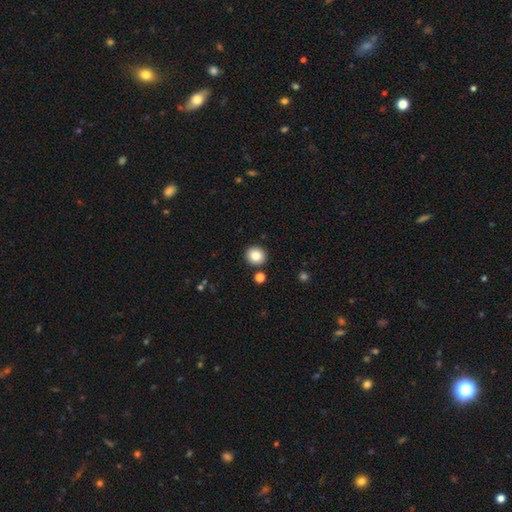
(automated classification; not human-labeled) Smooth or featured? Predicted: smooth (p=0.85). How rounded? Predicted: round (p=0.88). Merging? Predicted: none (p=0.89).